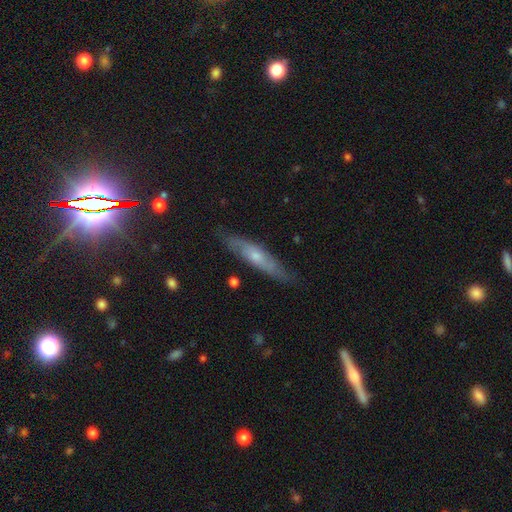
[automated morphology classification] featured or disk 58%, smooth 36%, star or artifact 7%. Down the decision tree: edge-on disk — yes (56%); merging — none (78%).